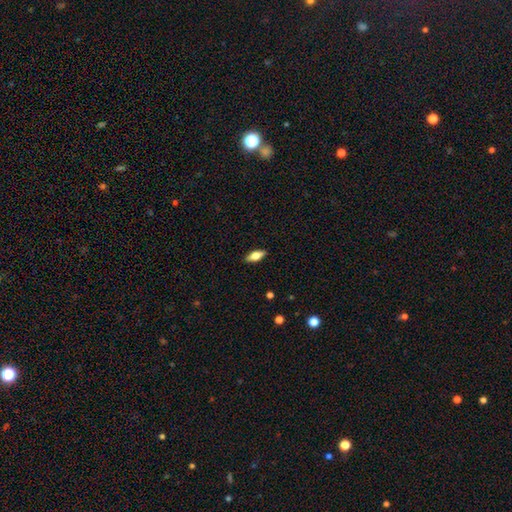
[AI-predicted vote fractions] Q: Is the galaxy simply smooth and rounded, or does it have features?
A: smooth — 59%.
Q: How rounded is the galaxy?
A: in between — 72%.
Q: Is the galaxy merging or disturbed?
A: none — 89%.